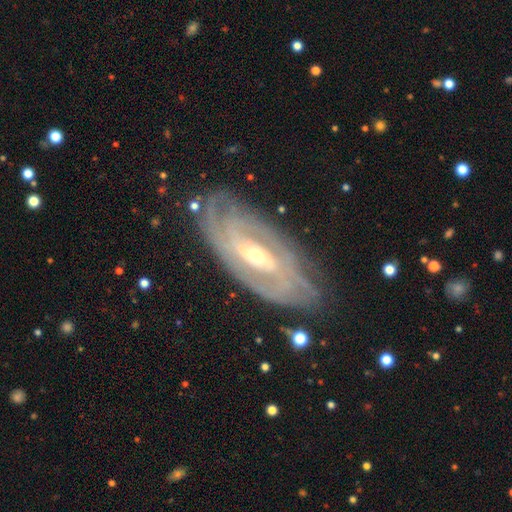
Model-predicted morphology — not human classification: The model was most divided on "bar": weak: 42%, strong: 31%, no: 27%. Remaining: spiral arms — yes (94%); edge-on disk — no (90%); smooth or featured — featured or disk (87%); merging — none (78%); spiral winding — tight (73%); bulge size — small (54%); spiral arm count — can't tell (38%).